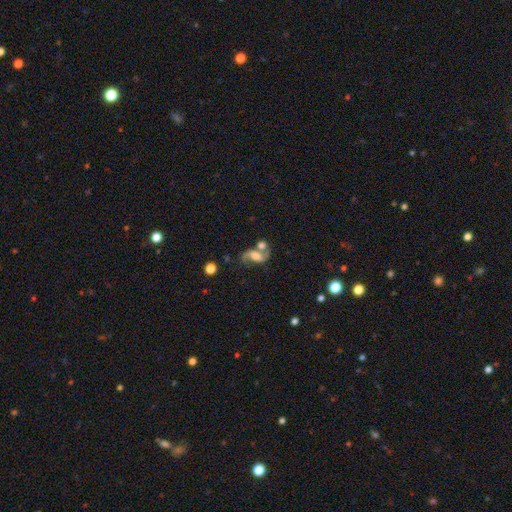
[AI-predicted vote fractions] Overall: featured or disk (67%). Edge-on disk: no (96%). Bar: no (50%; weak 37%). Spiral arms: yes (89%). Spiral arm count: 2 (87%). Spiral winding: loose (66%; medium 27%). Bulge size: moderate (36%; large 29%). Merging: none (37%; merger 36%).